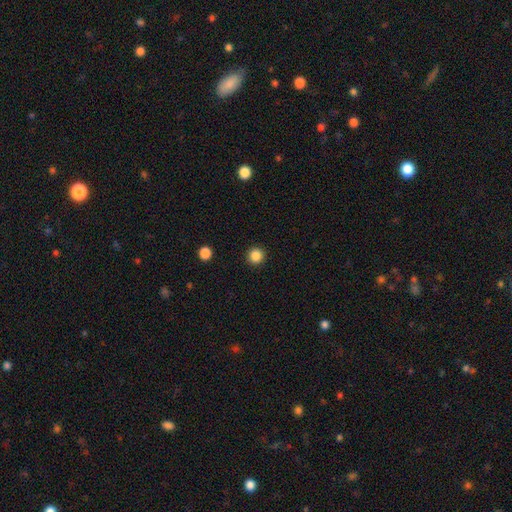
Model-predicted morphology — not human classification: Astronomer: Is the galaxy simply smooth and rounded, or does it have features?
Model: smooth — 85%.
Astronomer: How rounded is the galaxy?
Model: round — 95%.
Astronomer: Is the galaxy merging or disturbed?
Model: none — 93%.